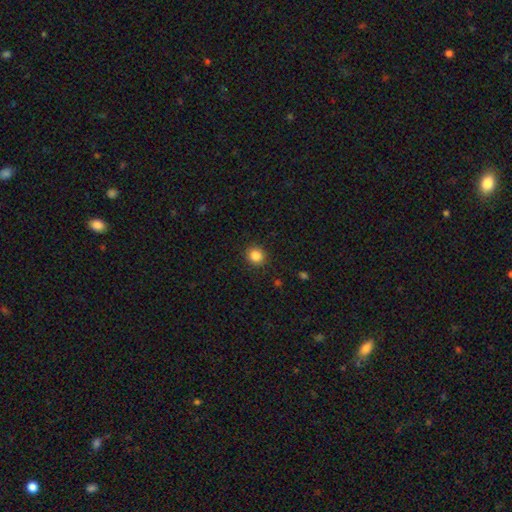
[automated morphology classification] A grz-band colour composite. It shows a smooth galaxy with no disk features (85%) that is round (87%). Merging: none (91%).